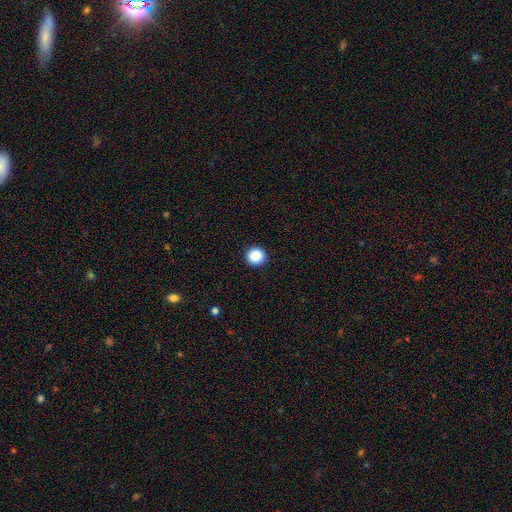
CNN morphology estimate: This is clearly a smooth galaxy (88%). How rounded: clearly round (96%). Merging: clearly none (93%).